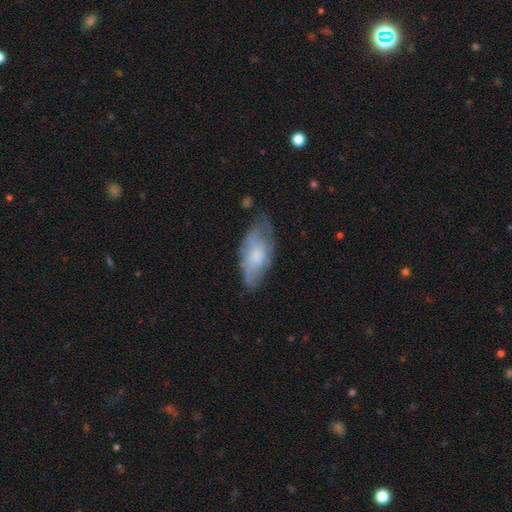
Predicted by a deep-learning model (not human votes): smooth_or_featured: smooth (p=0.53) [alt: featured or disk p=0.40]
how_rounded: in between (p=0.89) [alt: cigar-shaped p=0.08]
merging: none (p=0.50) [alt: minor disturbance p=0.35]